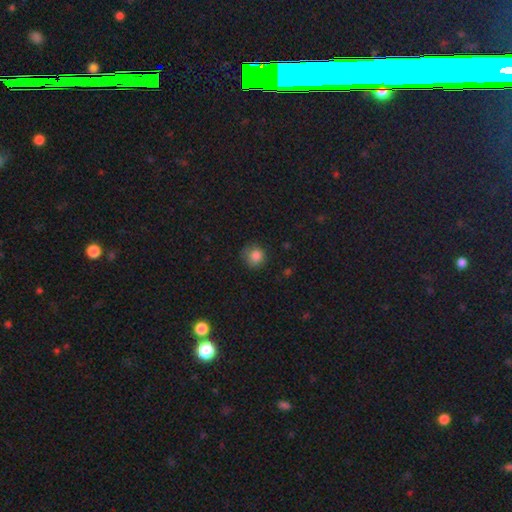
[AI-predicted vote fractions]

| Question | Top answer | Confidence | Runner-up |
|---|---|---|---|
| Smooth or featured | smooth | 84% | star or artifact (11%) |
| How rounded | round | 88% | in between (11%) |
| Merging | none | 69% | minor disturbance (22%) |